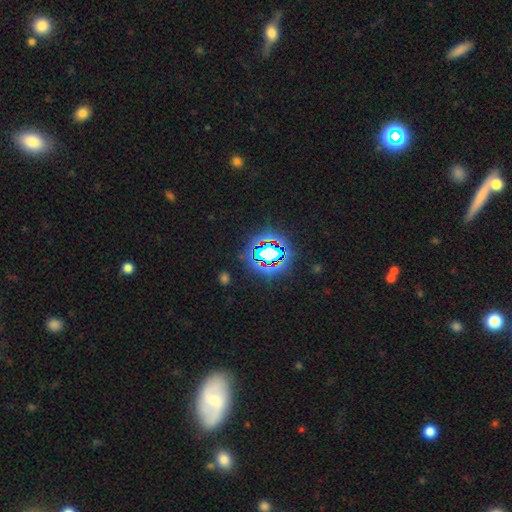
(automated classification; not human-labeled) star or artifact 69%, smooth 17%, featured or disk 14%.